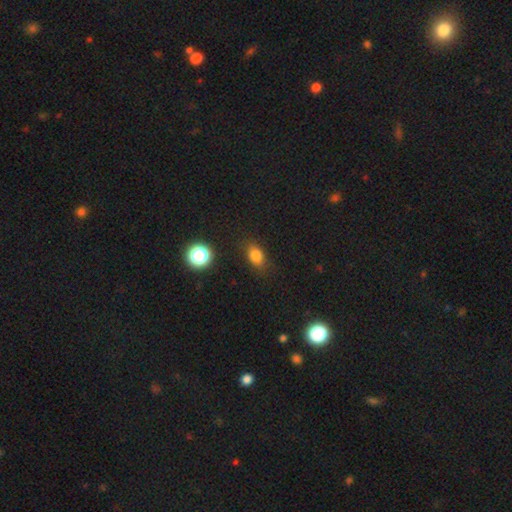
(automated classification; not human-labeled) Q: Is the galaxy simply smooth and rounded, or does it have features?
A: smooth — 80%.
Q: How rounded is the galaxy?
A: in between — 70%.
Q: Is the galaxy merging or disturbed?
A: none — 81%.